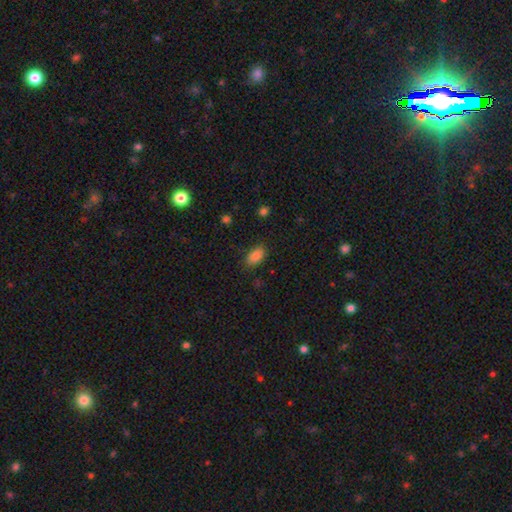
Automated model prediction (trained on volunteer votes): A smooth galaxy with no disk features (84%) that is in between round and cigar-shaped (91%). Merging: none (83%).